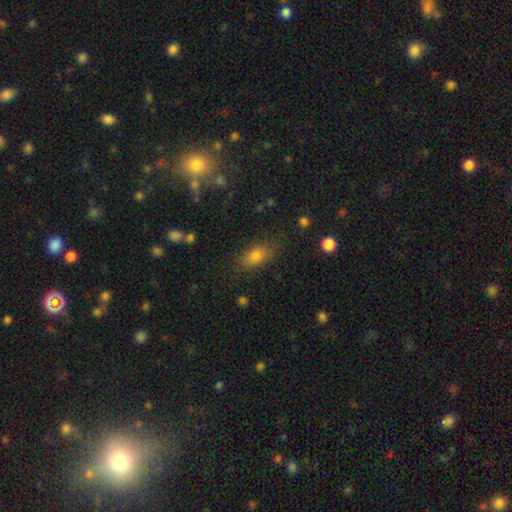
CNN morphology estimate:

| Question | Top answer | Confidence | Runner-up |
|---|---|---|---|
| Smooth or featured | smooth | 79% | star or artifact (12%) |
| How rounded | in between | 84% | round (10%) |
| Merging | none | 80% | minor disturbance (14%) |